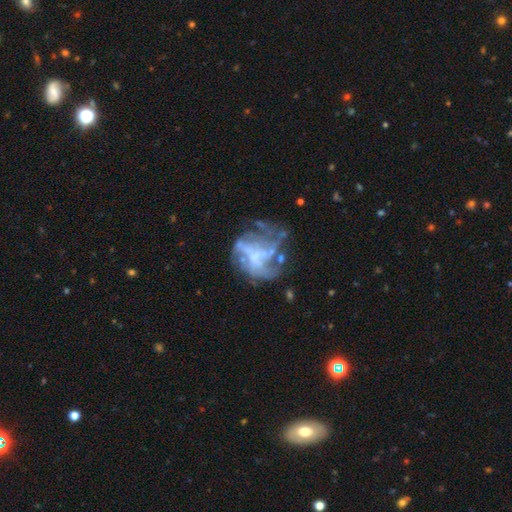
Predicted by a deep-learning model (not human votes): smooth_or_featured: featured or disk (p=0.72) [alt: smooth p=0.16]
disk_edge_on: no (p=0.98) [alt: yes p=0.02]
bar: no (p=0.72) [alt: weak p=0.21]
has_spiral_arms: no (p=0.58) [alt: yes p=0.42]
bulge_size: none (p=0.62) [alt: small p=0.18]
merging: none (p=0.40) [alt: major disturbance p=0.35]